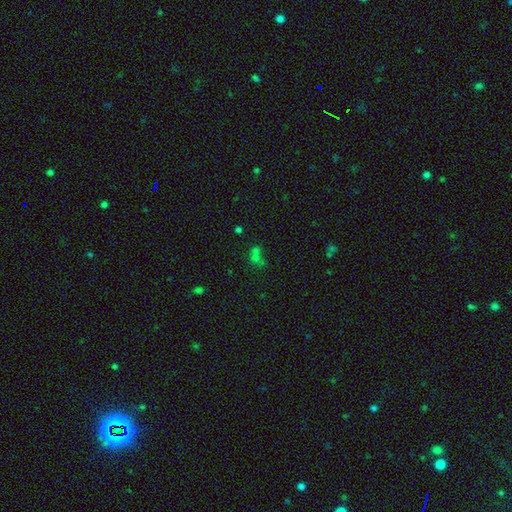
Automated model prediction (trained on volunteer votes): A smooth galaxy with no disk features (52%) that is round (51%). Merging: merger (53%).